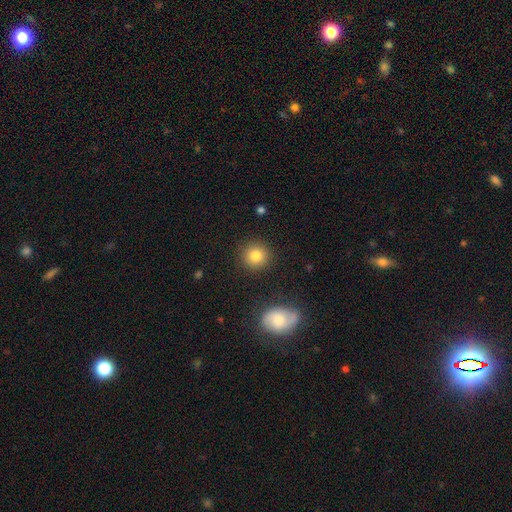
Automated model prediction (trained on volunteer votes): Smooth or featured: smooth — 83% (star or artifact — 10%)
How rounded: round — 92% (in between — 7%)
Merging: none — 89% (minor disturbance — 6%)